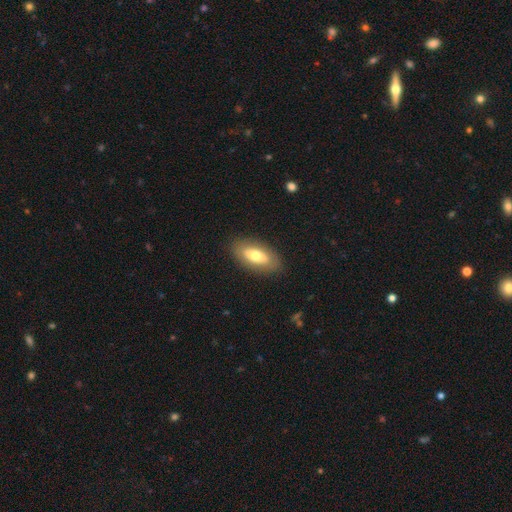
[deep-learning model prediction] smooth-or-featured: smooth: 66% | featured or disk: 27% | star or artifact: 6%
  how-rounded: in between: 88% | cigar-shaped: 9% | round: 3%
  merging: none: 86% | minor disturbance: 10% | major disturbance: 3% | merger: 1%